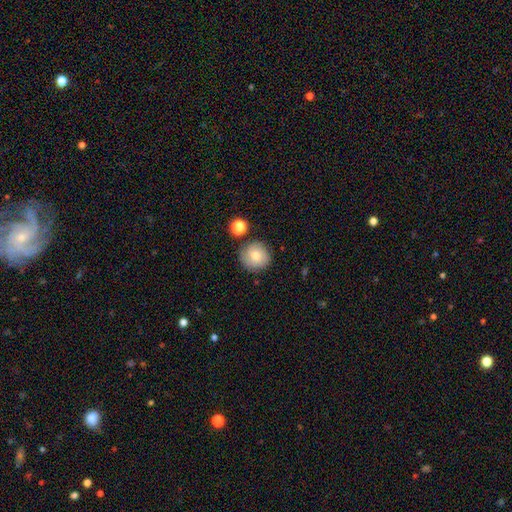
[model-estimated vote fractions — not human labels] smooth-or-featured: smooth: 74% | featured or disk: 18% | star or artifact: 9%
  how-rounded: round: 92% | in between: 7% | cigar-shaped: 1%
  merging: none: 80% | minor disturbance: 12% | merger: 5% | major disturbance: 3%